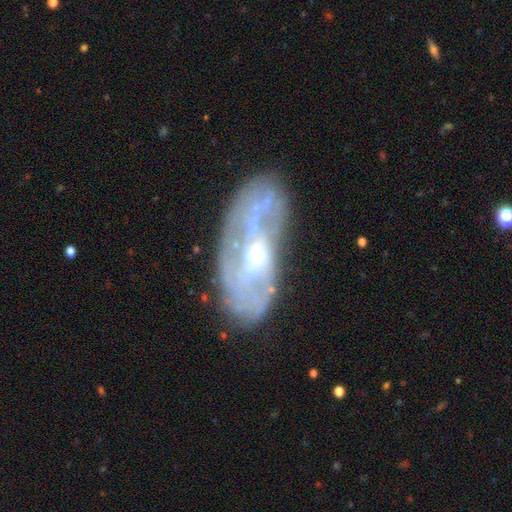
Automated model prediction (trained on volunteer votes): This is likely a featured or disk galaxy (73%). It is clearly not viewed edge-on (89%). Bar: likely no (64%). Spiral arm pattern: likely yes (68%). Central bulge: possibly small (48%). Merging: likely none (63%).